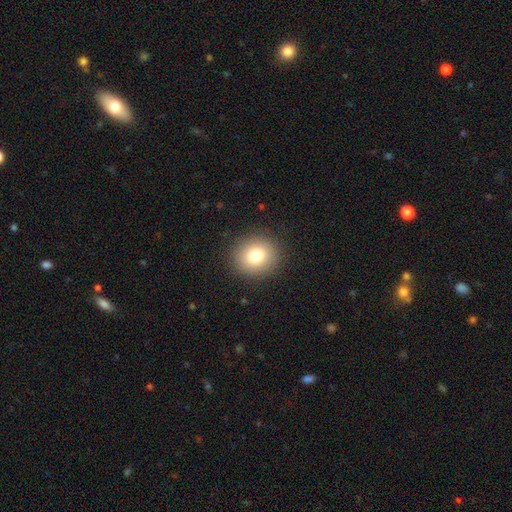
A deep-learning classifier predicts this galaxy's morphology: Overall: smooth (80%). How rounded: round (84%). Merging: none (90%).